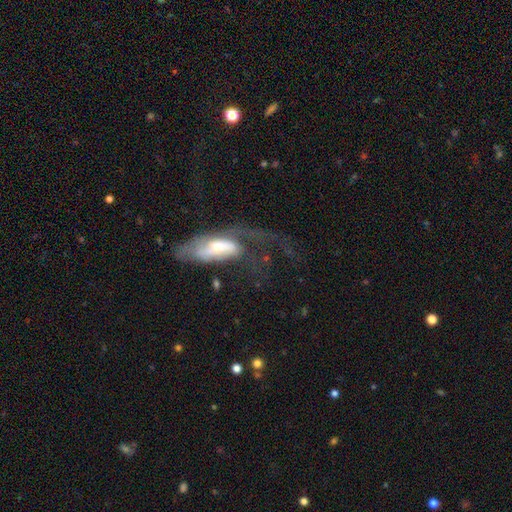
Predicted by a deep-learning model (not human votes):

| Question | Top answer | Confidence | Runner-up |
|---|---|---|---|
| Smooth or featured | featured or disk | 63% | smooth (24%) |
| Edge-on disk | no | 82% | yes (18%) |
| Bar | no | 60% | weak (27%) |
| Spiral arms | yes | 65% | no (35%) |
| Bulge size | moderate | 53% | small (20%) |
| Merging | major disturbance | 49% | none (30%) |